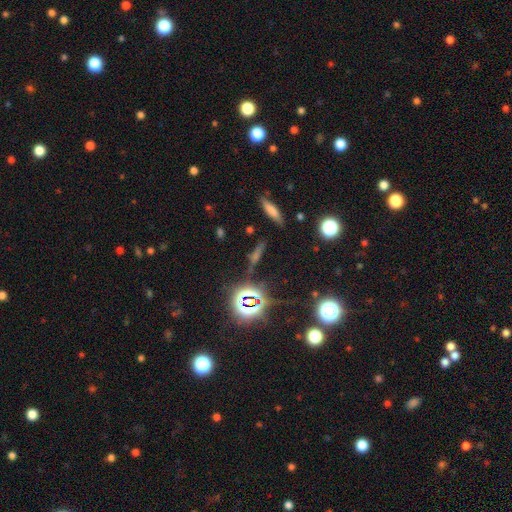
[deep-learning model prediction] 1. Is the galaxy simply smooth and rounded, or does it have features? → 44% star or artifact, 33% smooth, 23% featured or disk.